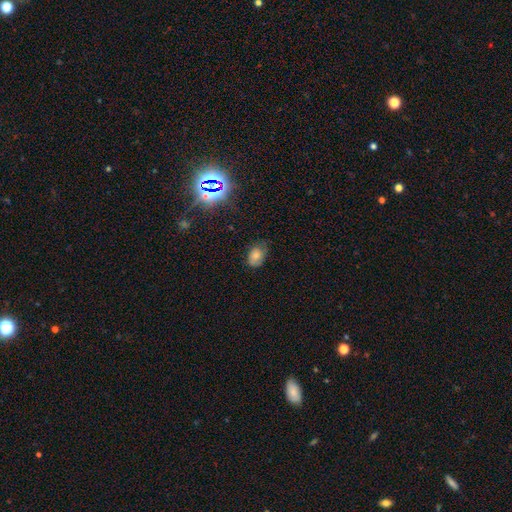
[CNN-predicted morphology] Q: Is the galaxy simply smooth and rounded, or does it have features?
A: smooth — 72%.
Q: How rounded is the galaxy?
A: in between — 75%.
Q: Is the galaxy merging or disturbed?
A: none — 63%.